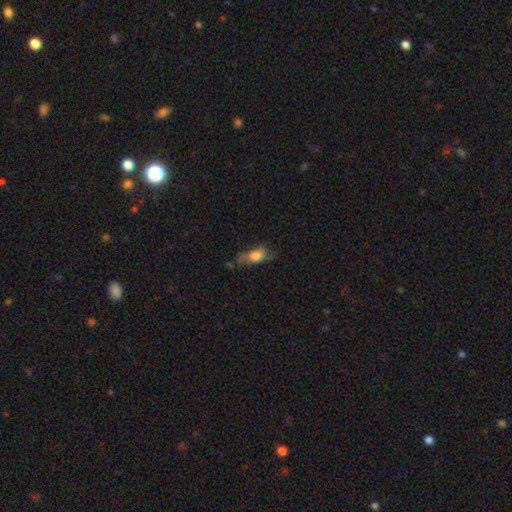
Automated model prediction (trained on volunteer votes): The model was most divided on "merging": none: 44%, minor disturbance: 33%, major disturbance: 19%, merger: 5%. More confident: how rounded — in between (70%); smooth or featured — smooth (67%).